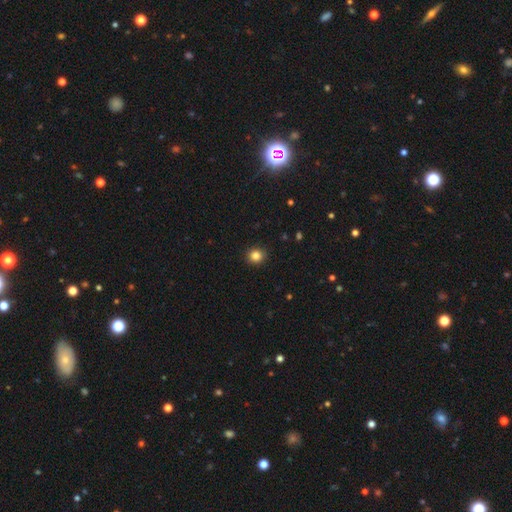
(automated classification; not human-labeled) This is clearly a smooth galaxy (84%). How rounded: clearly round (88%). Merging: clearly none (92%).